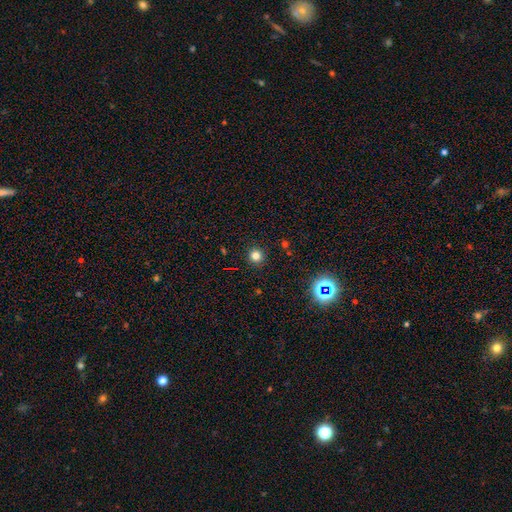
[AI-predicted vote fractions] Smooth or featured? smooth (78%)
How rounded? round (94%)
Merging? none (92%)